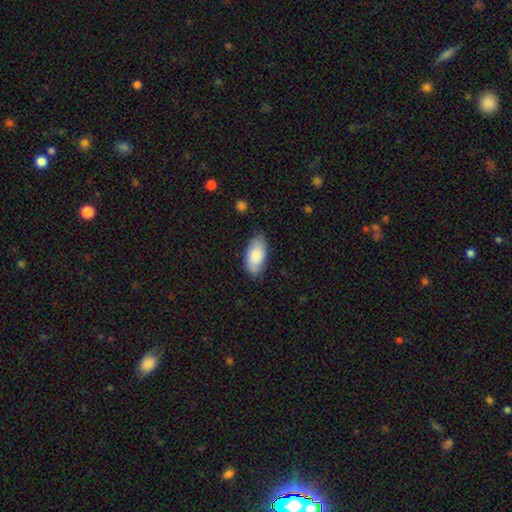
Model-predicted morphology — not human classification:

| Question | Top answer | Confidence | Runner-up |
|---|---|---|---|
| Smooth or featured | smooth | 80% | featured or disk (14%) |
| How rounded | in between | 94% | cigar-shaped (3%) |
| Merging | none | 79% | minor disturbance (17%) |